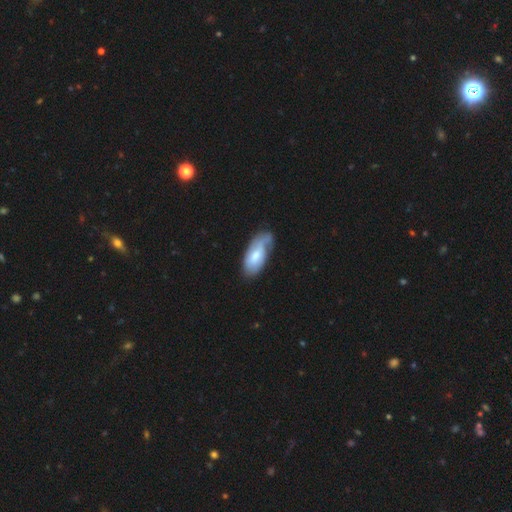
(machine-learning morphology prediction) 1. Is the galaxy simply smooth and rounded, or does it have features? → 52% smooth, 42% featured or disk, 5% star or artifact.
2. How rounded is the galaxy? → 89% in between, 9% cigar-shaped, 2% round.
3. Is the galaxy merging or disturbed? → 46% none, 33% minor disturbance, 17% major disturbance, 4% merger.